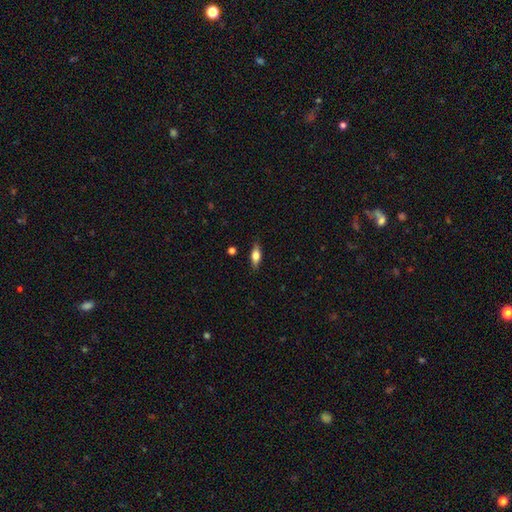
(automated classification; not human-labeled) Smooth or featured? smooth (66%)
How rounded? in between (70%)
Merging? none (85%)